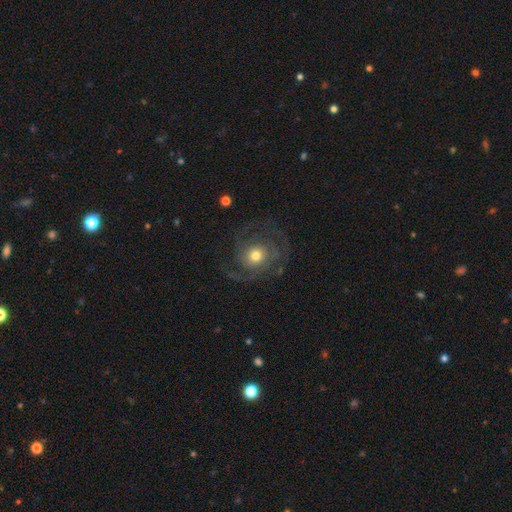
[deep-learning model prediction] Smooth or featured? featured or disk (74%)
Edge-on disk? no (97%)
Bar? no (80%)
Spiral arms? yes (89%)
Spiral winding? medium (44%)
Spiral arm count? 2 (43%)
Bulge size? moderate (65%)
Merging? none (64%)